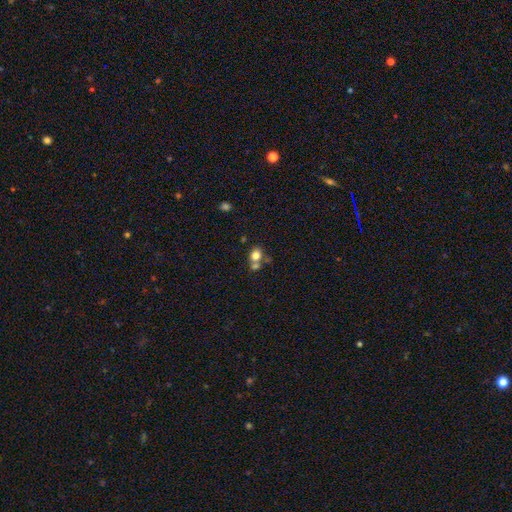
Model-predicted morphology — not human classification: smooth-or-featured: smooth: 77% | featured or disk: 12% | star or artifact: 11%
  how-rounded: round: 64% | in between: 35% | cigar-shaped: 1%
  merging: none: 44% | merger: 42% | minor disturbance: 10% | major disturbance: 4%